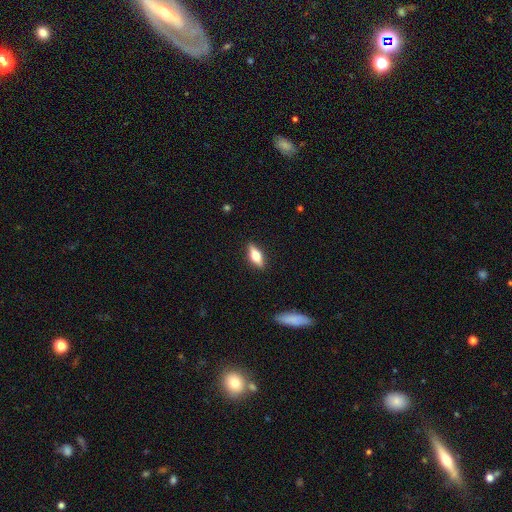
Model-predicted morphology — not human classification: smooth_or_featured: smooth (p=0.52) [alt: featured or disk p=0.41]
how_rounded: in between (p=0.63) [alt: cigar-shaped p=0.34]
merging: none (p=0.89) [alt: minor disturbance p=0.08]